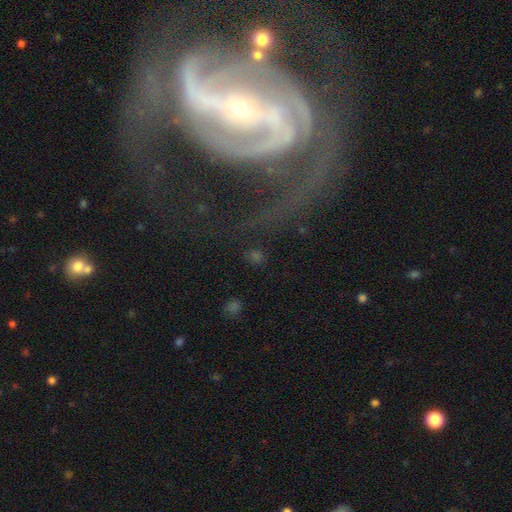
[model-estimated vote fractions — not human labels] This appears to be a star or artifact, not a galaxy (45%).